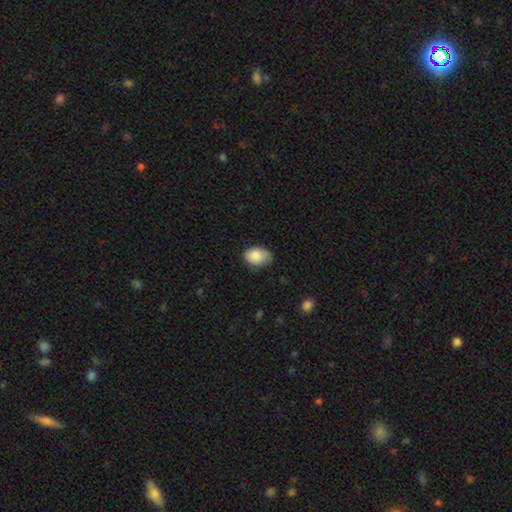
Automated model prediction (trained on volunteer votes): A smooth galaxy with no disk features (87%) that is in between round and cigar-shaped (82%).

Vote fractions:
- Smooth or featured? smooth: 87% / star or artifact: 7% / featured or disk: 6%
- How rounded? in between: 82% / round: 17% / cigar-shaped: 1%
- Merging? none: 67% / minor disturbance: 27% / major disturbance: 5% / merger: 1%